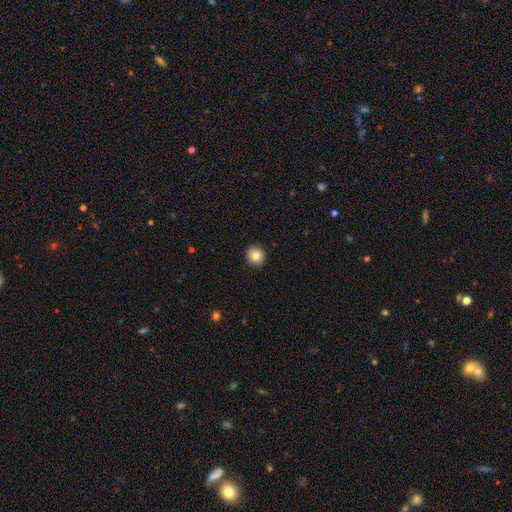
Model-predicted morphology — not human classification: smooth_or_featured: smooth (p=0.83) [alt: star or artifact p=0.09]
how_rounded: round (p=0.90) [alt: in between p=0.09]
merging: none (p=0.92) [alt: minor disturbance p=0.06]